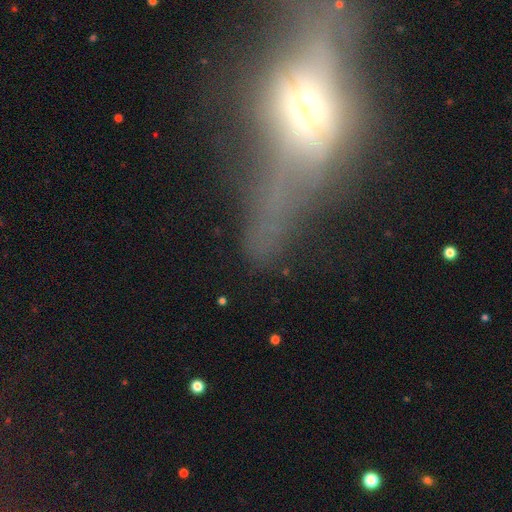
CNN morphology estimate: Smooth or featured? Predicted: featured or disk (p=0.40). Merging? Predicted: none (p=0.40).